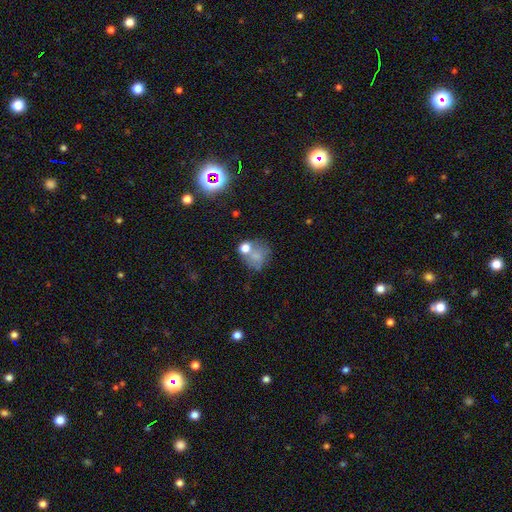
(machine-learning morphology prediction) Smooth or featured? Predicted: smooth (p=0.63). How rounded? Predicted: round (p=0.64). Merging? Predicted: none (p=0.38).